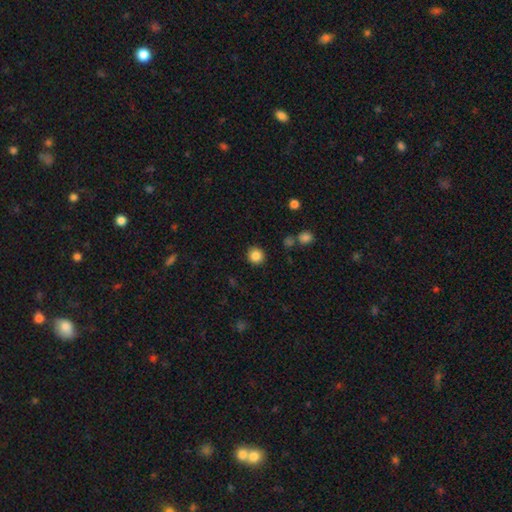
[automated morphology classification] smooth-or-featured: smooth: 85% | star or artifact: 10% | featured or disk: 4%
  how-rounded: round: 92% | in between: 7% | cigar-shaped: 1%
  merging: none: 90% | minor disturbance: 6% | major disturbance: 2% | merger: 2%